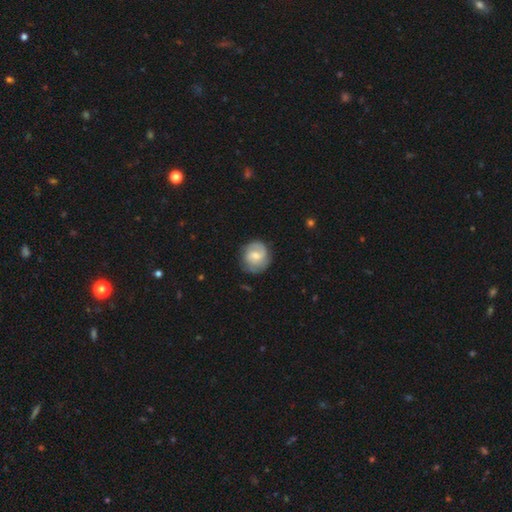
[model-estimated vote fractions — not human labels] Smooth or featured? featured or disk (60%)
Edge-on disk? no (98%)
Bar? weak (50%)
Spiral arms? yes (89%)
Spiral winding? tight (43%)
Spiral arm count? 2 (64%)
Bulge size? moderate (54%)
Merging? none (76%)